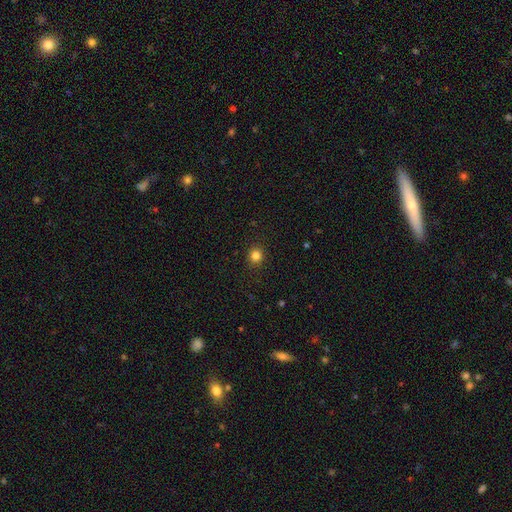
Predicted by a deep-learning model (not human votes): smooth-or-featured: smooth: 83% | star or artifact: 13% | featured or disk: 4%
  how-rounded: round: 87% | in between: 12% | cigar-shaped: 1%
  merging: none: 90% | minor disturbance: 6% | major disturbance: 2% | merger: 1%